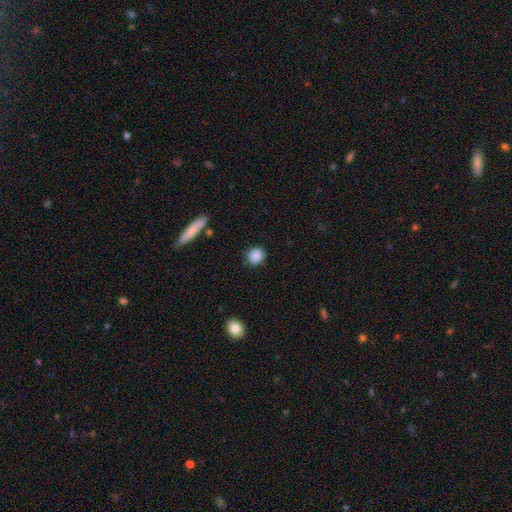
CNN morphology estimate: Overall: smooth (87%). How rounded: round (85%). Merging: none (84%).